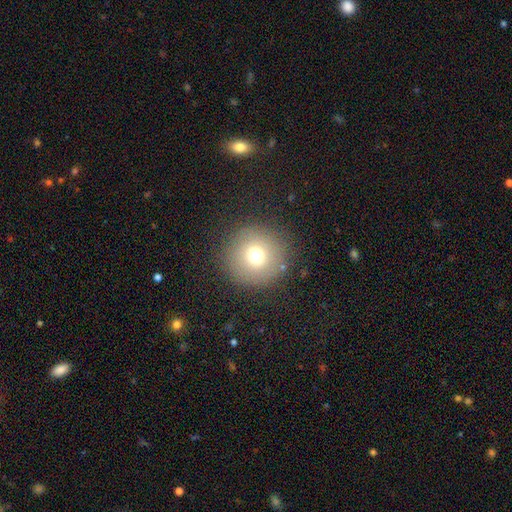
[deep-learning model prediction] This is likely a smooth galaxy (71%). How rounded: clearly round (96%). Merging: clearly none (88%).